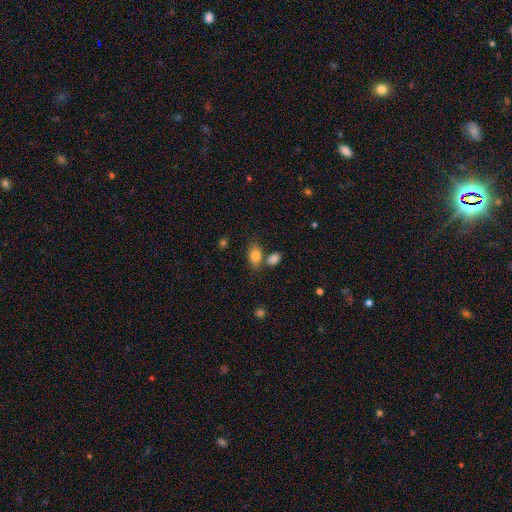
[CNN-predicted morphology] The model was most divided on "merging": none: 56%, merger: 25%, minor disturbance: 14%, major disturbance: 5%. More confident: how rounded — in between (85%); smooth or featured — smooth (83%).